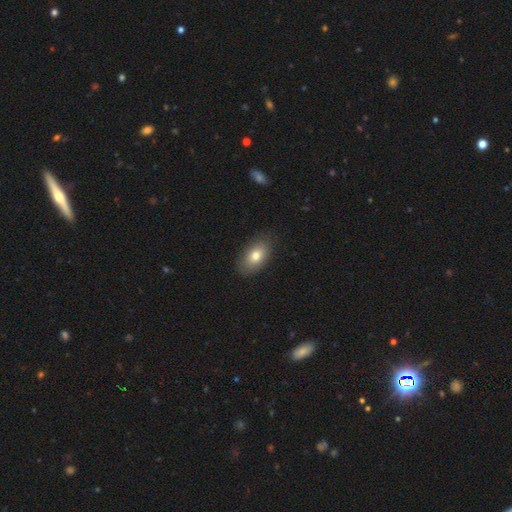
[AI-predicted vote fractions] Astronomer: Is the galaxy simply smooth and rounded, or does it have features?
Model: smooth — 78%.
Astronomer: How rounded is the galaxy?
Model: in between — 91%.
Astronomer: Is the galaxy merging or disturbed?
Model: none — 85%.